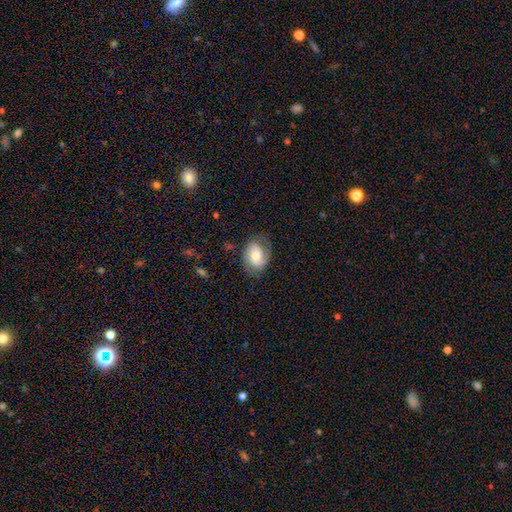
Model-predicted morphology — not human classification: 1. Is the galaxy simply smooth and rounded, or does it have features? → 48% smooth, 45% featured or disk, 8% star or artifact.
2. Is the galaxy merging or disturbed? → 69% none, 22% minor disturbance, 8% major disturbance, 1% merger.